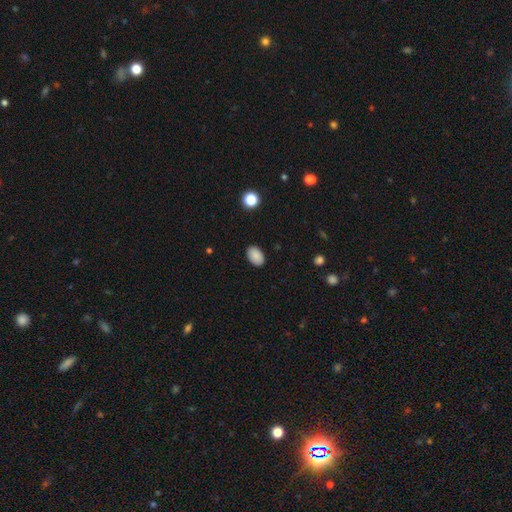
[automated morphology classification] This is clearly a smooth galaxy (88%). How rounded: clearly in between (89%). Merging: clearly none (89%).